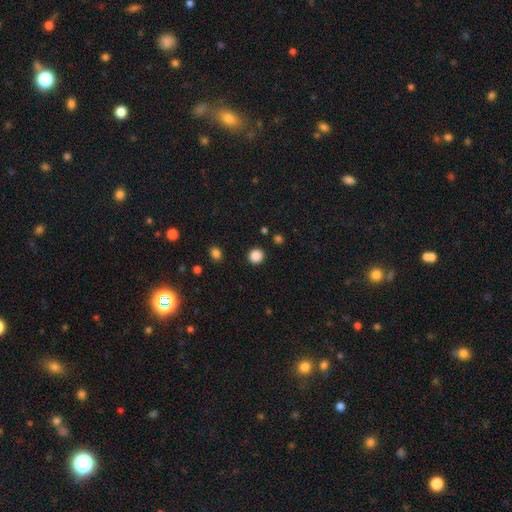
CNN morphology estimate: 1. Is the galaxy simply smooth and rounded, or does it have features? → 87% smooth, 11% star or artifact, 3% featured or disk.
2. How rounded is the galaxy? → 91% round, 8% in between, 1% cigar-shaped.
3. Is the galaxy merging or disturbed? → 91% none, 5% minor disturbance, 2% major disturbance, 2% merger.